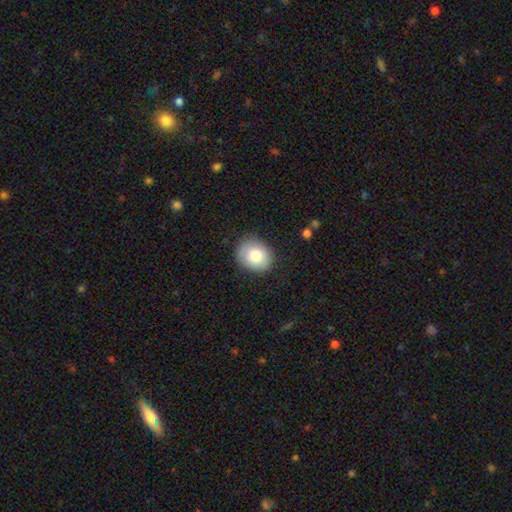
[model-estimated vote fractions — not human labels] Smooth or featured? smooth (81%)
How rounded? round (65%)
Merging? none (82%)